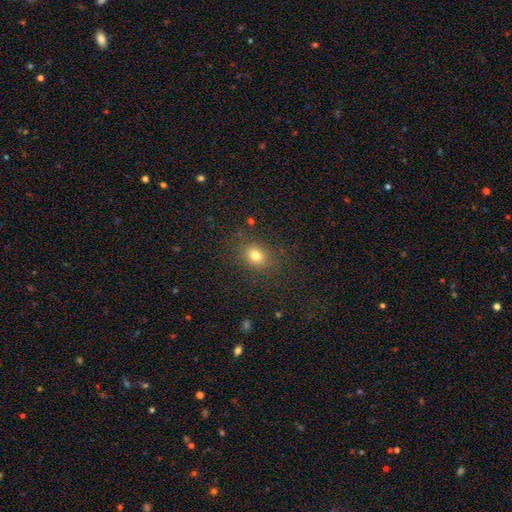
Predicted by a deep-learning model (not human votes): smooth 78%, star or artifact 14%, featured or disk 8%. Down the decision tree: how rounded — round (51%); merging — none (84%).